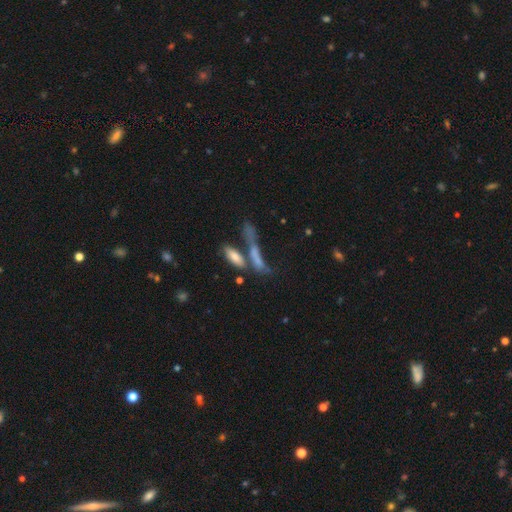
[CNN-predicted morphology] smooth_or_featured: smooth (p=0.57) [alt: featured or disk p=0.31]
how_rounded: cigar-shaped (p=0.66) [alt: in between p=0.30]
merging: merger (p=0.44) [alt: none p=0.31]